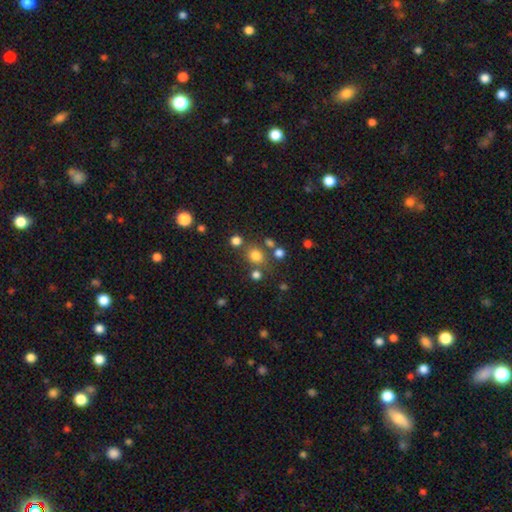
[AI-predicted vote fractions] smooth_or_featured: smooth (p=0.76) [alt: star or artifact p=0.17]
how_rounded: round (p=0.72) [alt: in between p=0.27]
merging: none (p=0.71) [alt: merger p=0.13]